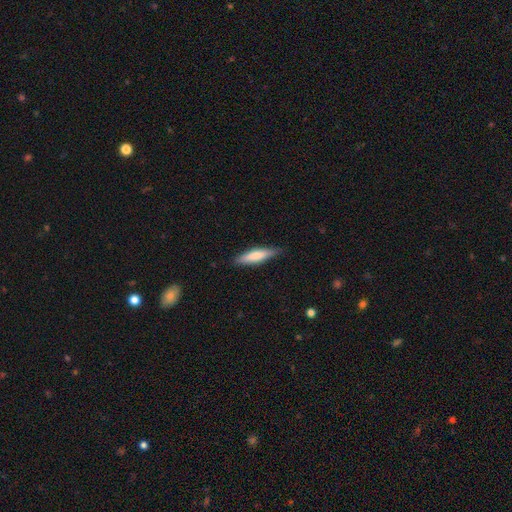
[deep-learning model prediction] Smooth or featured: smooth — 71% (featured or disk — 24%)
How rounded: cigar-shaped — 78% (in between — 21%)
Merging: none — 84% (minor disturbance — 12%)